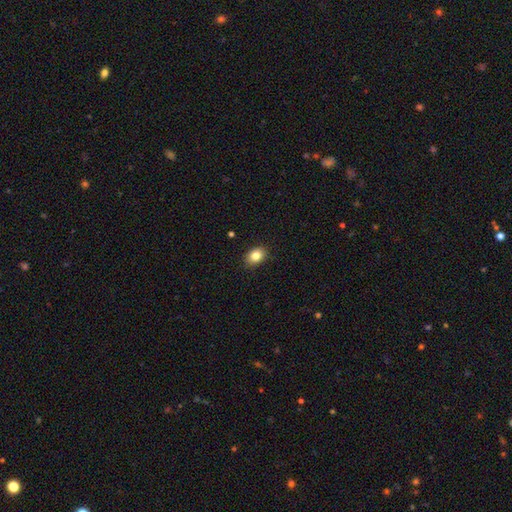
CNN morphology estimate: Smooth or featured: smooth — 84% (star or artifact — 9%)
How rounded: in between — 69% (round — 30%)
Merging: none — 88% (minor disturbance — 9%)